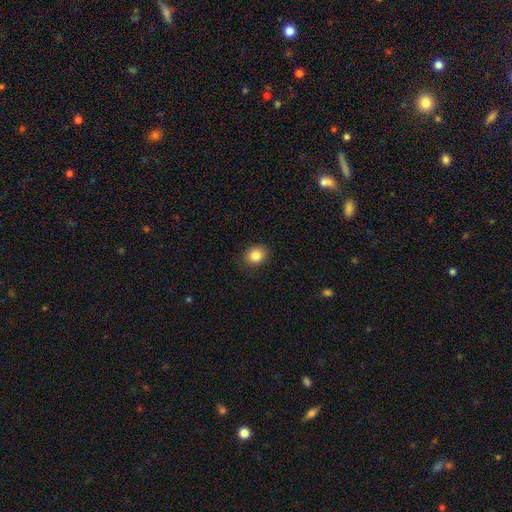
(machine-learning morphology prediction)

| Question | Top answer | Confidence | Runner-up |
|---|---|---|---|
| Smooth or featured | smooth | 84% | star or artifact (10%) |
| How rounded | round | 64% | in between (35%) |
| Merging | none | 88% | minor disturbance (9%) |